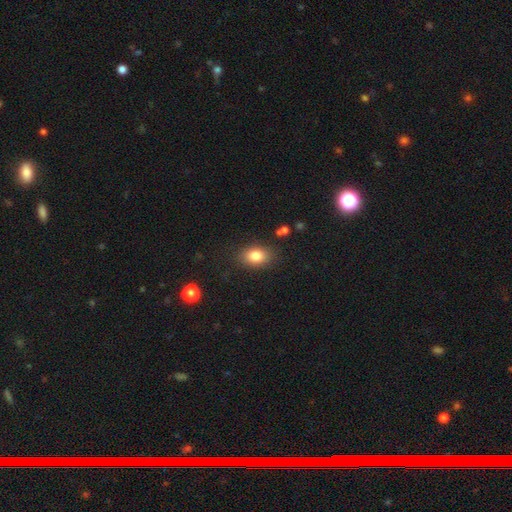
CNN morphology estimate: Q: Smooth or featured?
A: smooth (82%); runner-up: star or artifact (9%)
Q: How rounded?
A: in between (79%); runner-up: round (19%)
Q: Merging?
A: none (83%); runner-up: minor disturbance (11%)